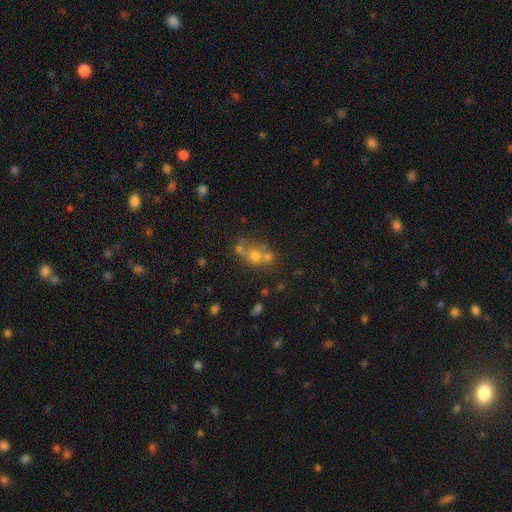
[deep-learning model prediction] smooth-or-featured: smooth: 50% | featured or disk: 27% | star or artifact: 23%
  how-rounded: round: 68% | in between: 30% | cigar-shaped: 2%
  merging: none: 42% (tied) | merger: 42% (tied) | minor disturbance: 10% | major disturbance: 6%